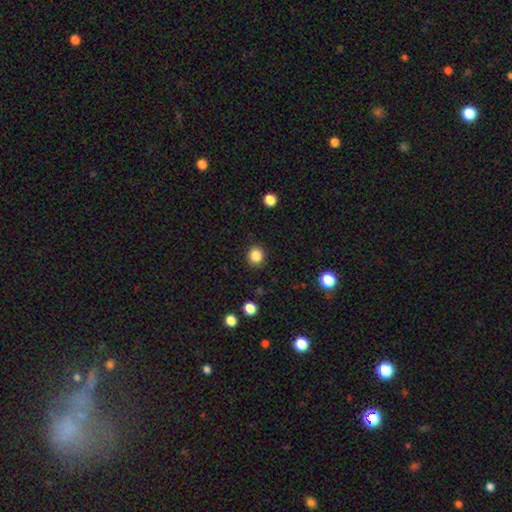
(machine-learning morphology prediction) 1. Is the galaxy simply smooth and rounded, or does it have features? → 85% smooth, 11% star or artifact, 4% featured or disk.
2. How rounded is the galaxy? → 89% round, 10% in between, 1% cigar-shaped.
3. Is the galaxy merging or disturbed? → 91% none, 6% minor disturbance, 2% major disturbance, 1% merger.